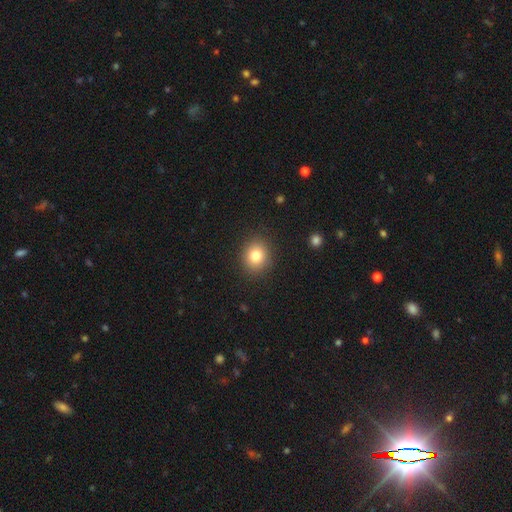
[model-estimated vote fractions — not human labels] Q: Smooth or featured?
A: smooth (80%); runner-up: star or artifact (11%)
Q: How rounded?
A: round (76%); runner-up: in between (23%)
Q: Merging?
A: none (89%); runner-up: minor disturbance (7%)